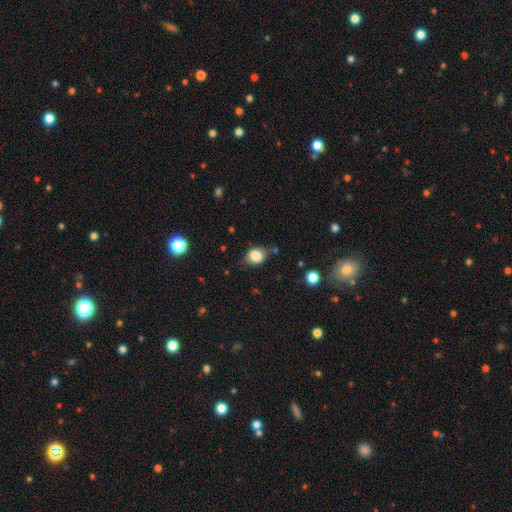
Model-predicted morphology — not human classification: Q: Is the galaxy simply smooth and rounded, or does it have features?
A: smooth — 82%.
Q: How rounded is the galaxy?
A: round — 51%.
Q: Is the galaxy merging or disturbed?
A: none — 75%.